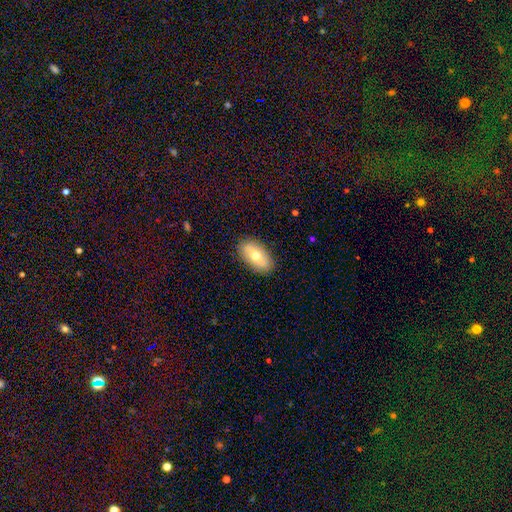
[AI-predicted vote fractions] Smooth or featured? Predicted: smooth (p=0.69). How rounded? Predicted: in between (p=0.92). Merging? Predicted: none (p=0.87).